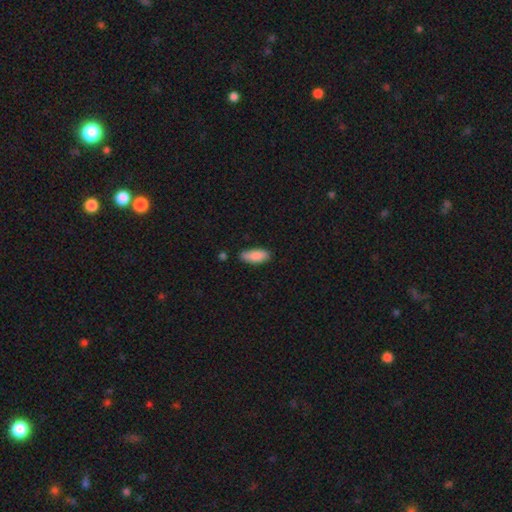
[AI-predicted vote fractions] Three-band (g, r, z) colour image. It shows a smooth galaxy with no disk features (88%) that is in between round and cigar-shaped (81%). Merging: none (76%).